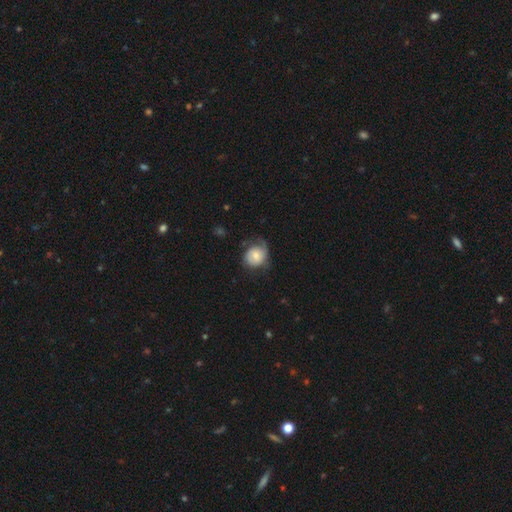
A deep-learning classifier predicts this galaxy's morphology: Smooth or featured: smooth — 50% (featured or disk — 43%)
Merging: none — 49% (minor disturbance — 31%)